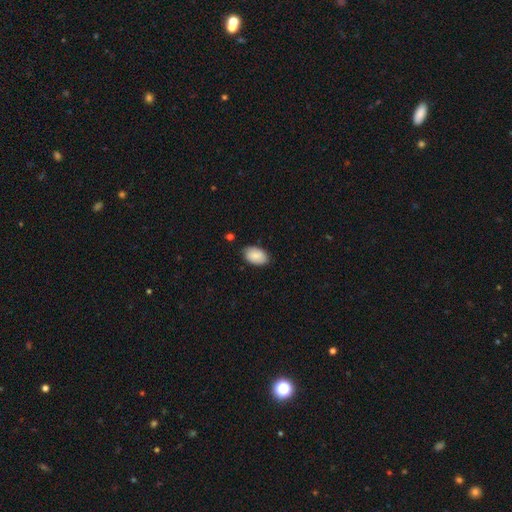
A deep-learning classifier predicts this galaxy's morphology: Smooth or featured?
  - smooth: 85% *
  - featured or disk: 8%
  - star or artifact: 7%
How rounded?
  - in between: 91% *
  - round: 7%
  - cigar-shaped: 1%
Merging?
  - none: 80% *
  - minor disturbance: 16%
  - major disturbance: 2%
  - merger: 2%